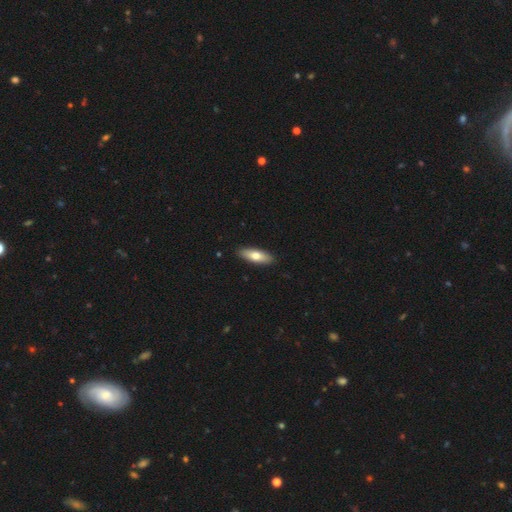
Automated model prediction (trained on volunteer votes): Smooth or featured? smooth (71%)
How rounded? in between (60%)
Merging? none (90%)